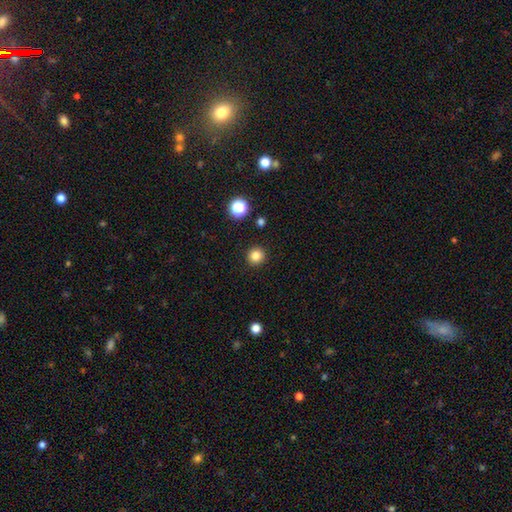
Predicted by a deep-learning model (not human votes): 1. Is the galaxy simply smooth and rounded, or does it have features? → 83% smooth, 13% star or artifact, 4% featured or disk.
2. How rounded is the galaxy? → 94% round, 5% in between, 1% cigar-shaped.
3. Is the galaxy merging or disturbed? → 92% none, 5% minor disturbance, 2% major disturbance, 1% merger.